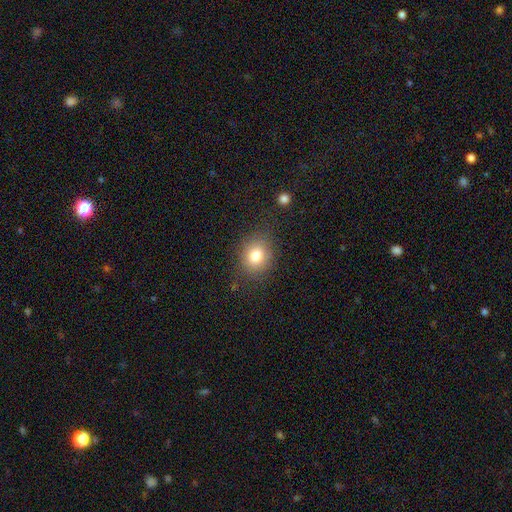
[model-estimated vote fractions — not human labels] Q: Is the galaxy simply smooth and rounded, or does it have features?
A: smooth — 80%.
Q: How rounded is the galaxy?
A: round — 64%.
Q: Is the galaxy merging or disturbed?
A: none — 81%.